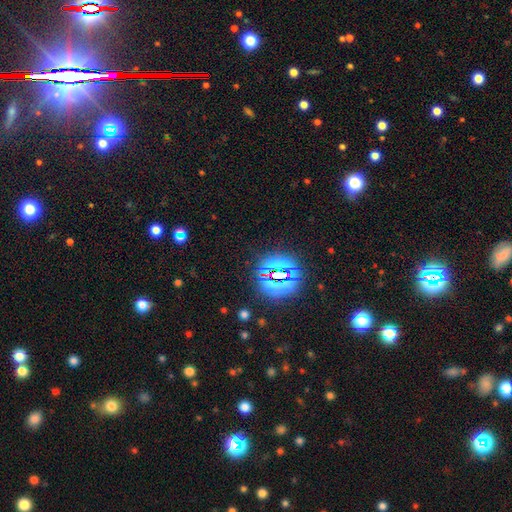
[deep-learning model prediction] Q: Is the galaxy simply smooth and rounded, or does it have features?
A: star or artifact — 80%.